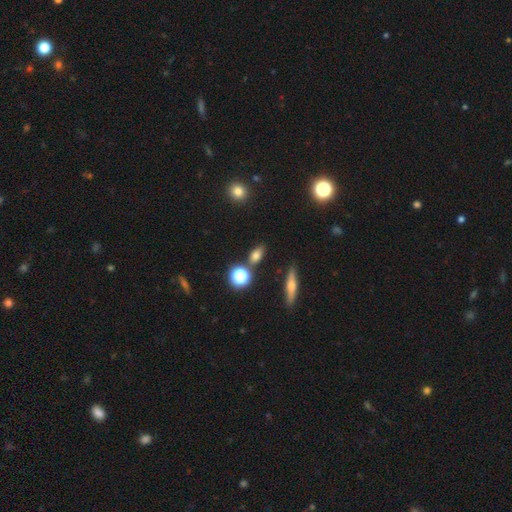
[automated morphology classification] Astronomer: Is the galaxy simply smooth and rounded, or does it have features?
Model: smooth — 72%.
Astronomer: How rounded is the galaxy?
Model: in between — 67%.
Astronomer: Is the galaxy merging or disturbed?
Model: none — 77%.